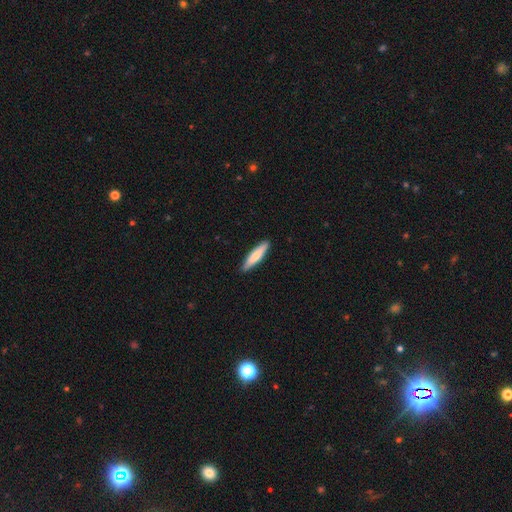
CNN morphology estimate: Overall: smooth (73%). How rounded: cigar-shaped (82%). Merging: none (90%).